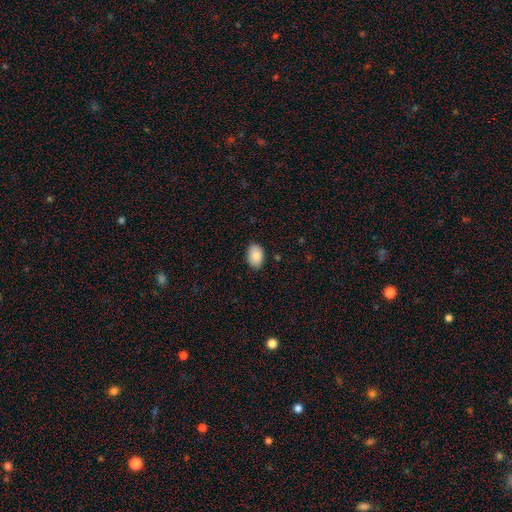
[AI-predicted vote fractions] This is clearly a smooth galaxy (87%). How rounded: clearly in between (88%). Merging: clearly none (87%).